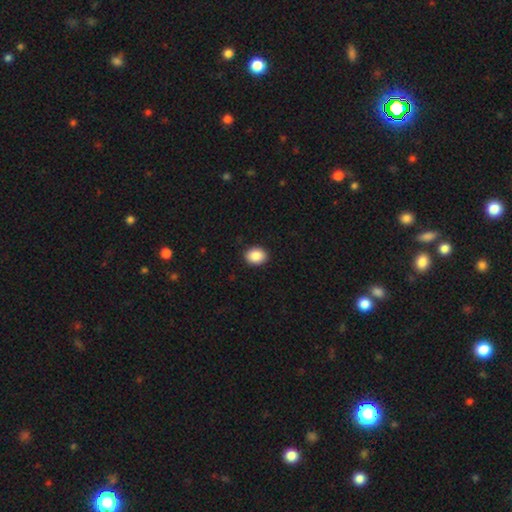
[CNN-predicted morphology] Q: Smooth or featured?
A: smooth (88%); runner-up: star or artifact (8%)
Q: How rounded?
A: in between (53%); runner-up: round (46%)
Q: Merging?
A: none (91%); runner-up: minor disturbance (6%)